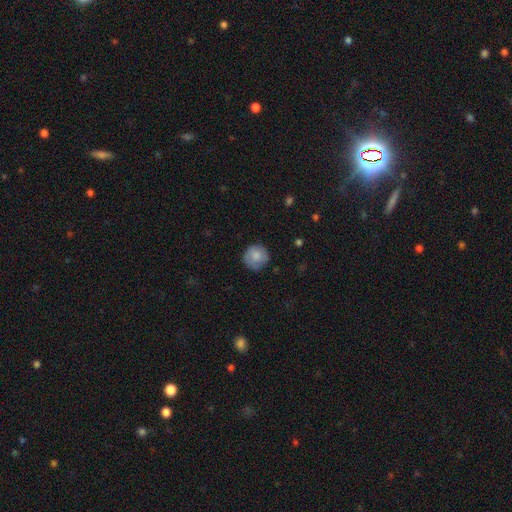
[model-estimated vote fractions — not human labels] Smooth or featured? Predicted: smooth (p=0.80). How rounded? Predicted: round (p=0.93). Merging? Predicted: none (p=0.78).